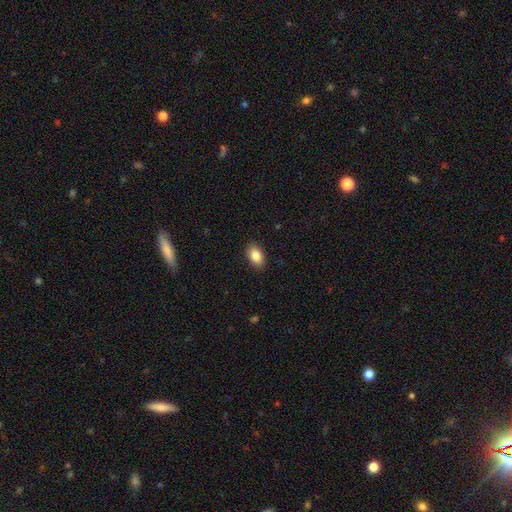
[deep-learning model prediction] Smooth or featured?
  - smooth: 85% *
  - star or artifact: 8%
  - featured or disk: 7%
How rounded?
  - in between: 91% *
  - round: 7%
  - cigar-shaped: 2%
Merging?
  - none: 89% *
  - minor disturbance: 8%
  - major disturbance: 2%
  - merger: 1%